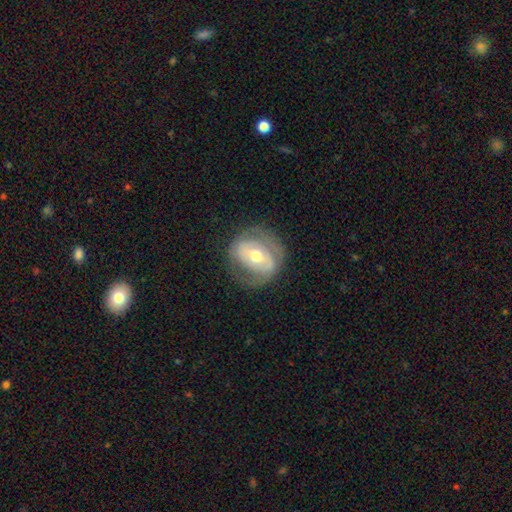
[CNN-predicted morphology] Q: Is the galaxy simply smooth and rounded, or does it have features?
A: featured or disk — 69%.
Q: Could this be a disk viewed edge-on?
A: no — 96%.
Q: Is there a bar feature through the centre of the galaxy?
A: no — 37%, tied with weak.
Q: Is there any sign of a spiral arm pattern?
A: yes — 66%.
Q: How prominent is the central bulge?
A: moderate — 72%.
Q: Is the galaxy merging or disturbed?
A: none — 66%.